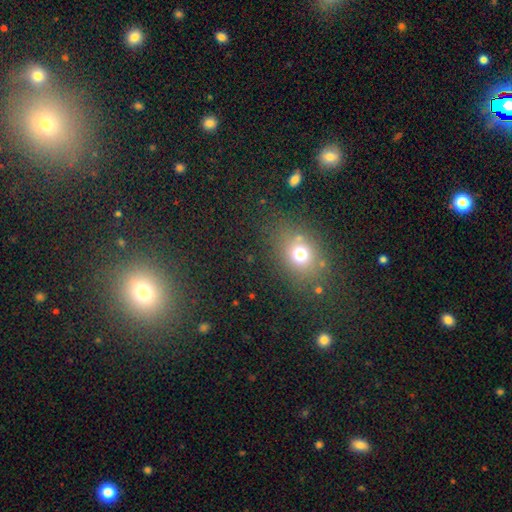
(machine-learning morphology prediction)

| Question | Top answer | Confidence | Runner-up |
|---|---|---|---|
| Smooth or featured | smooth | 59% | star or artifact (31%) |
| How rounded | in between | 52% | round (46%) |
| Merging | none | 83% | minor disturbance (9%) |